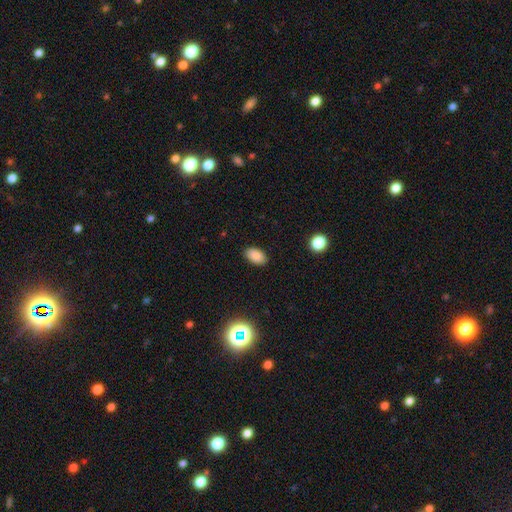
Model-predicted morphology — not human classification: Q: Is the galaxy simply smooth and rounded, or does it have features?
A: smooth — 86%.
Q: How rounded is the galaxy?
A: in between — 93%.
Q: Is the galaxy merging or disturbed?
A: none — 87%.